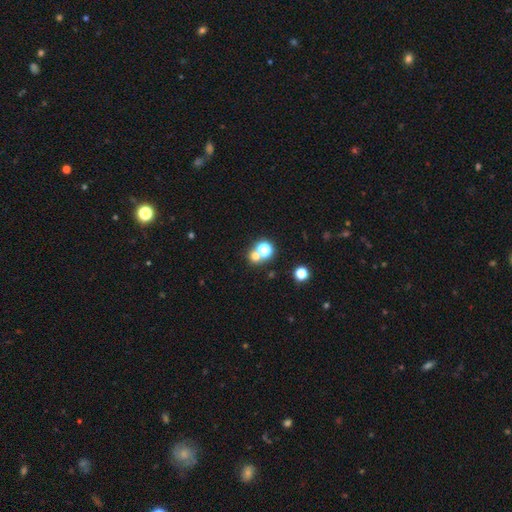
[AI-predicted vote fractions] A smooth galaxy with no disk features (61%) that is round (84%). Merging: none (58%).